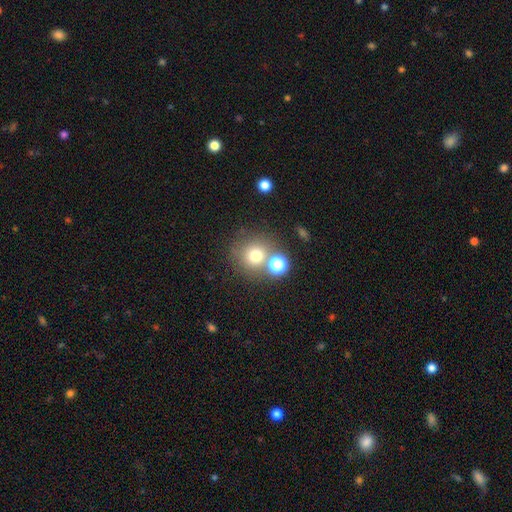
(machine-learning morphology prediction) smooth 72%, star or artifact 16%, featured or disk 12%. Down the decision tree: how rounded — round (89%); merging — none (63%).